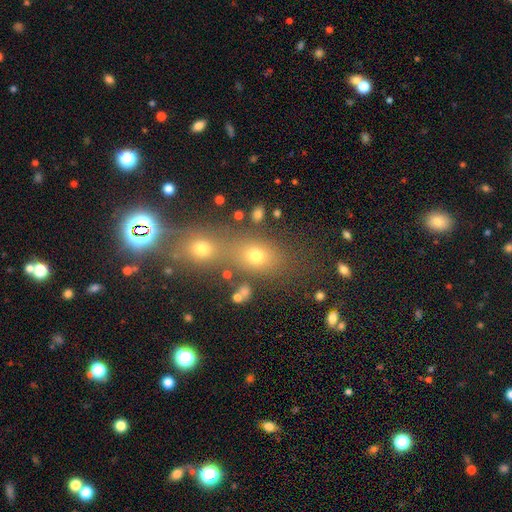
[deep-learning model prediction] Smooth or featured: smooth — 59% (star or artifact — 26%)
How rounded: in between — 51% (round — 45%)
Merging: none — 45% (merger — 40%)